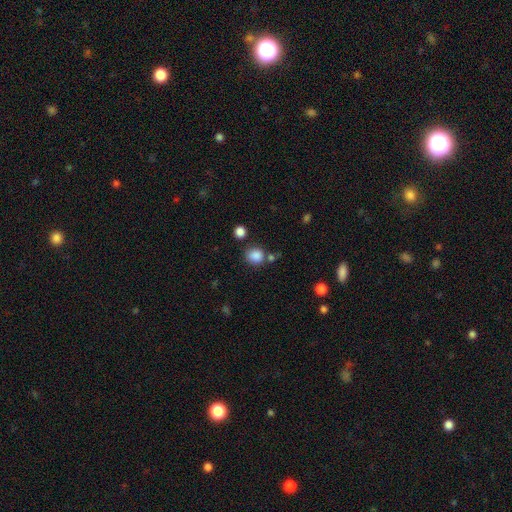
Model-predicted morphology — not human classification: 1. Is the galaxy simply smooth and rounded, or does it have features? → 85% smooth, 11% star or artifact, 4% featured or disk.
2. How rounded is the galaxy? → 83% round, 16% in between, 1% cigar-shaped.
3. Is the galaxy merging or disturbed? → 73% none, 12% minor disturbance, 10% merger, 4% major disturbance.